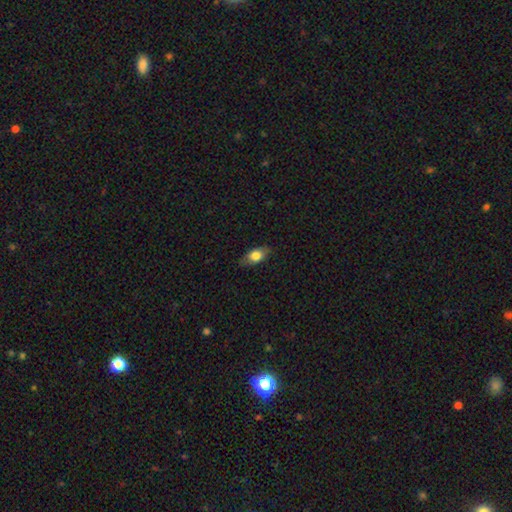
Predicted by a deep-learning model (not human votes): A smooth galaxy with no disk features (73%) that is in between round and cigar-shaped (82%).

Vote fractions:
- Smooth or featured? smooth: 73% / featured or disk: 20% / star or artifact: 7%
- How rounded? in between: 82% / round: 10% / cigar-shaped: 9%
- Merging? none: 81% / minor disturbance: 15% / major disturbance: 3% / merger: 1%